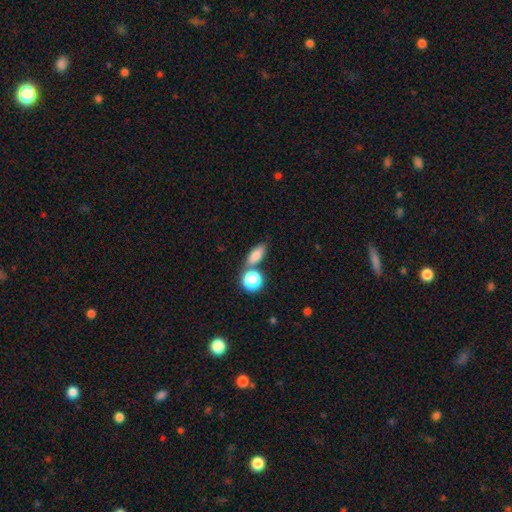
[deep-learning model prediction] The model was most divided on "merging": none: 67%, merger: 18%, minor disturbance: 12%, major disturbance: 4%. More confident: smooth or featured — smooth (79%); how rounded — in between (67%).